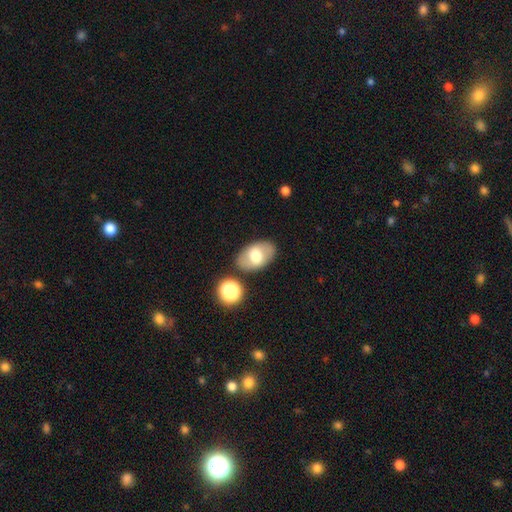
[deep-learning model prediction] Overall: smooth (64%; featured or disk 28%). How rounded: in between (89%). Merging: none (80%).